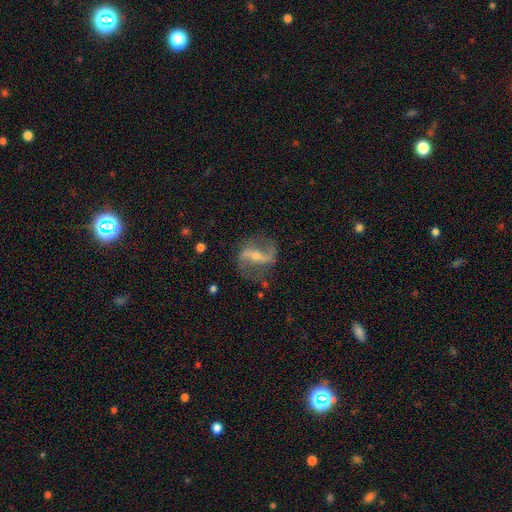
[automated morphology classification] This appears to be a featured or disk galaxy (86%) with a strong bar (51%), 2 (92%) loose (67%) spiral arms (94%) and a small central bulge (60%). Merging: none (74%).